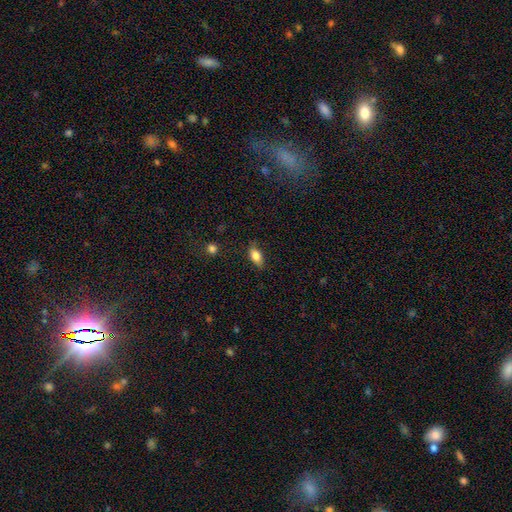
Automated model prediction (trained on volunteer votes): This appears to be a smooth galaxy with no disk features (83%) that is in between round and cigar-shaped (87%). Merging: none (78%).